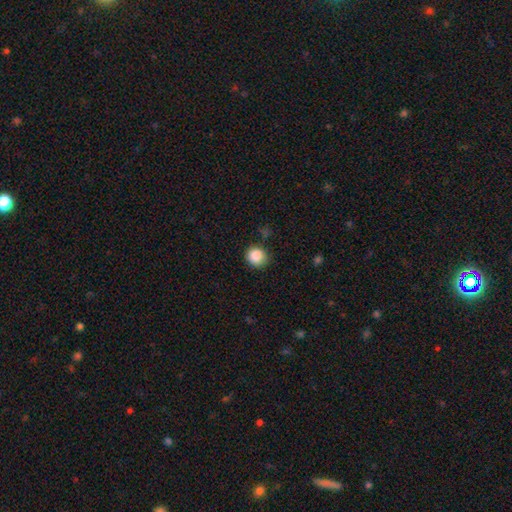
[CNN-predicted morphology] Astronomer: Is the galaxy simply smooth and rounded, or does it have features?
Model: smooth — 87%.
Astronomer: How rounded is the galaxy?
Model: round — 88%.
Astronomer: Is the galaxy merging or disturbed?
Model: none — 80%.